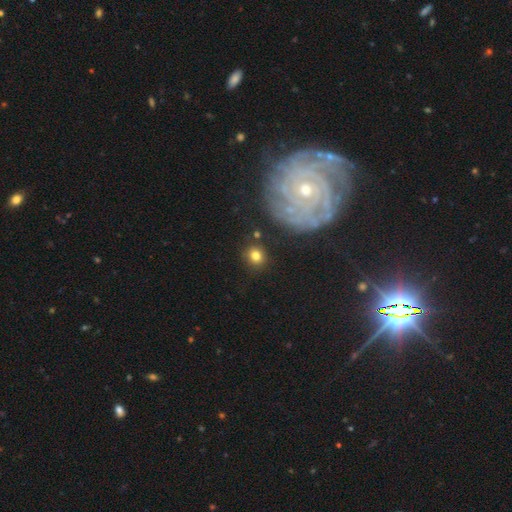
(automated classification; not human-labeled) A smooth galaxy with no disk features (76%) that is round (82%).

Vote fractions:
- Smooth or featured? smooth: 76% / featured or disk: 13% / star or artifact: 10%
- How rounded? round: 82% / in between: 17% / cigar-shaped: 1%
- Merging? none: 85% / minor disturbance: 8% / major disturbance: 3% / merger: 3%